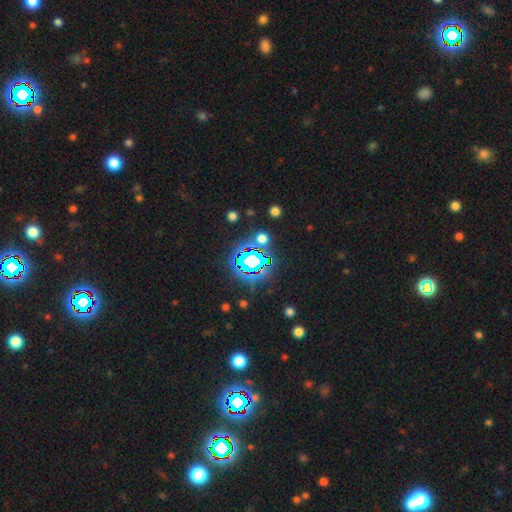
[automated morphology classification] The model was most divided on "smooth or featured": star or artifact: 67%, smooth: 21%, featured or disk: 12%.